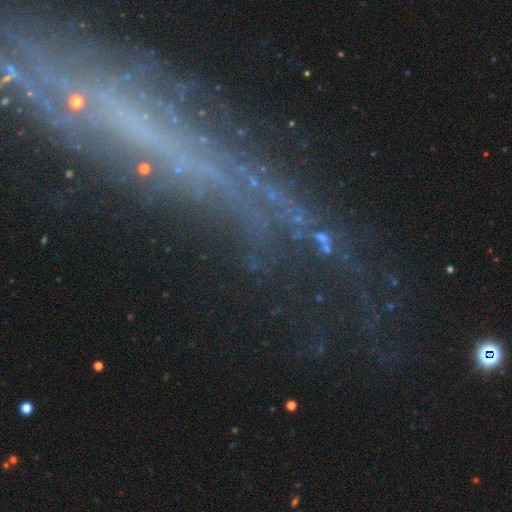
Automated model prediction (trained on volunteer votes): A star or artifact, not a galaxy (48%).